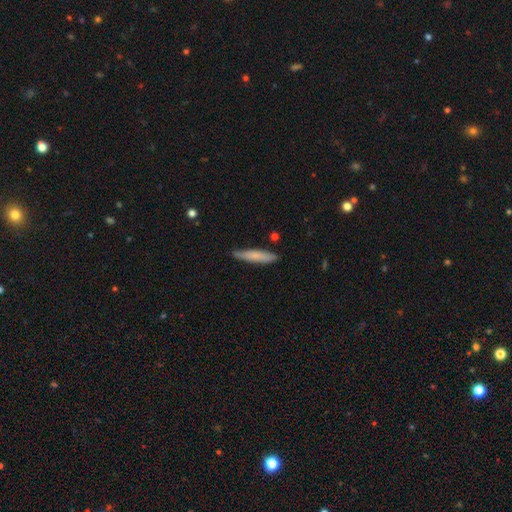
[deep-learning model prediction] This is likely a smooth galaxy (73%). How rounded: clearly cigar-shaped (86%). Merging: clearly none (80%).